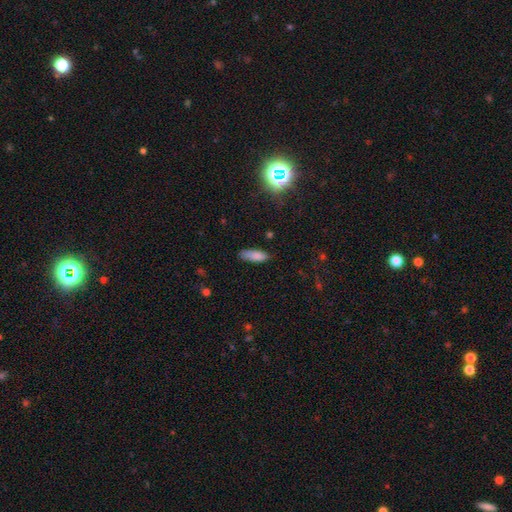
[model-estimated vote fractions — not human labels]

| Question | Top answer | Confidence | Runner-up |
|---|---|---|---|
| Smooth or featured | smooth | 83% | star or artifact (9%) |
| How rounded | in between | 64% | cigar-shaped (34%) |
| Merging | none | 73% | minor disturbance (21%) |